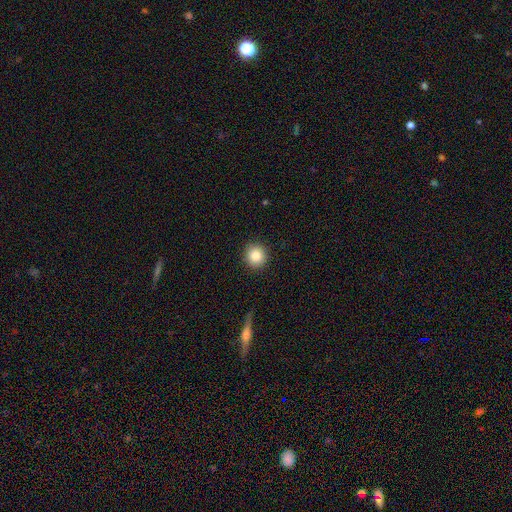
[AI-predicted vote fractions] Smooth or featured: smooth — 85% (star or artifact — 9%)
How rounded: round — 91% (in between — 8%)
Merging: none — 90% (minor disturbance — 7%)